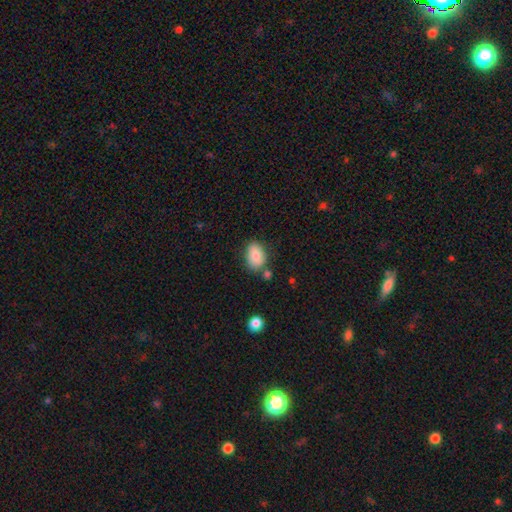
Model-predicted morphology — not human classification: Overall: smooth (83%). How rounded: in between (84%). Merging: none (70%).